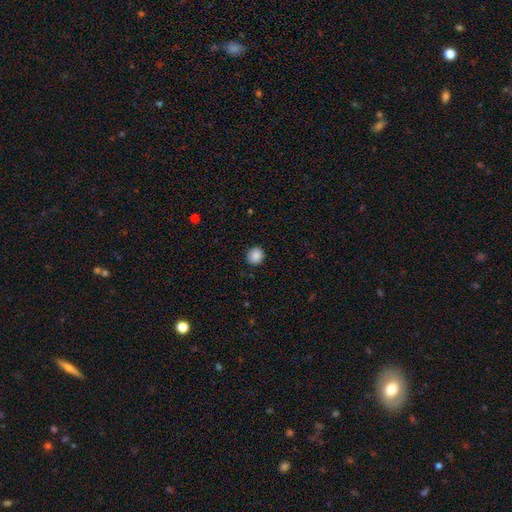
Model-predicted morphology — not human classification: This appears to be a smooth galaxy with no disk features (87%) that is round (83%). Merging: none (89%).